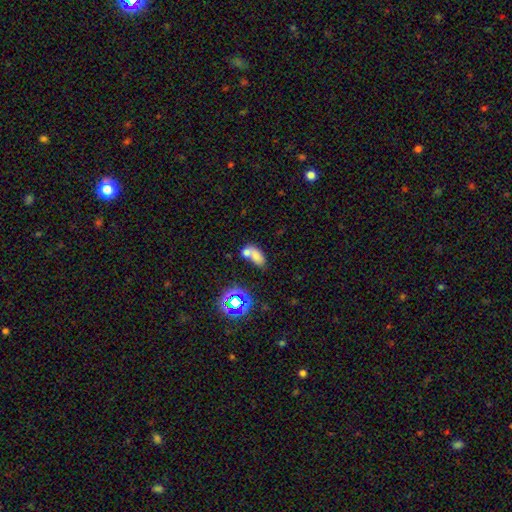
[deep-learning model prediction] Q: Smooth or featured?
A: smooth (68%); runner-up: star or artifact (17%)
Q: How rounded?
A: in between (84%); runner-up: round (12%)
Q: Merging?
A: merger (52%); runner-up: none (30%)